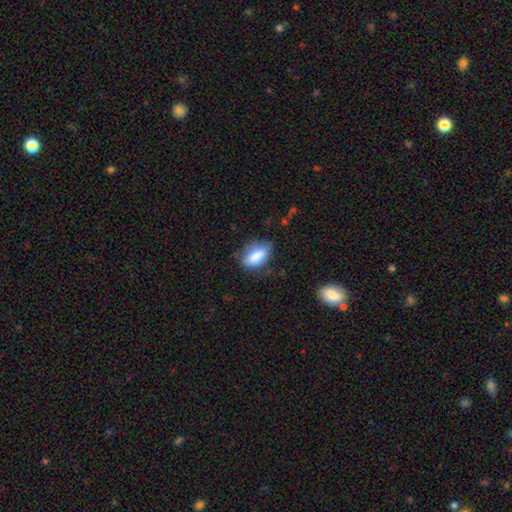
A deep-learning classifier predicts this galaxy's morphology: The model was most divided on "merging": none: 63%, minor disturbance: 27%, major disturbance: 8%, merger: 2%. More confident: how rounded — in between (89%); smooth or featured — smooth (83%).